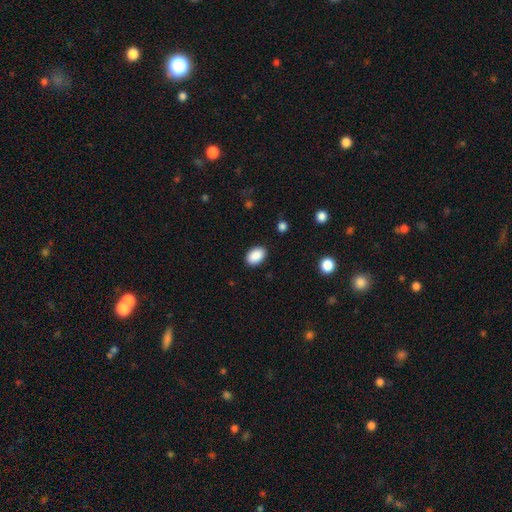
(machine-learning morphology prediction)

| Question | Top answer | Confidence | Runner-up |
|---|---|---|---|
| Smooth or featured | smooth | 90% | star or artifact (7%) |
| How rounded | in between | 87% | round (12%) |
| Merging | none | 88% | minor disturbance (9%) |